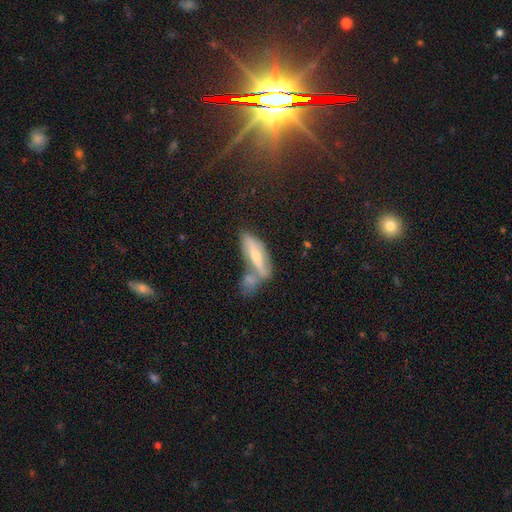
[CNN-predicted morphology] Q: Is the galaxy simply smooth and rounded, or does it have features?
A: featured or disk — 46%, tied with smooth.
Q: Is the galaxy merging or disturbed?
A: merger — 42%.